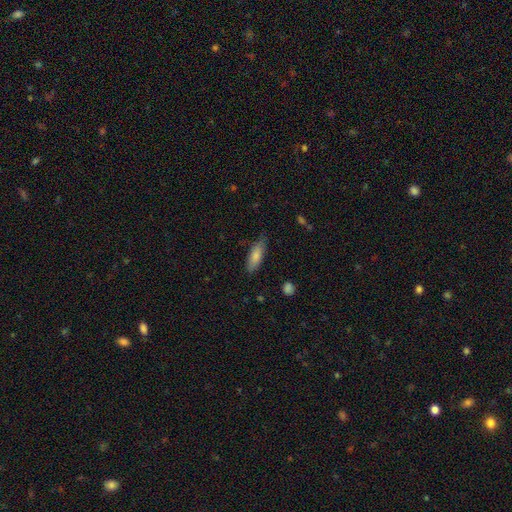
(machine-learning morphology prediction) Q: Smooth or featured?
A: smooth (82%); runner-up: featured or disk (12%)
Q: How rounded?
A: in between (60%); runner-up: cigar-shaped (38%)
Q: Merging?
A: none (75%); runner-up: minor disturbance (20%)